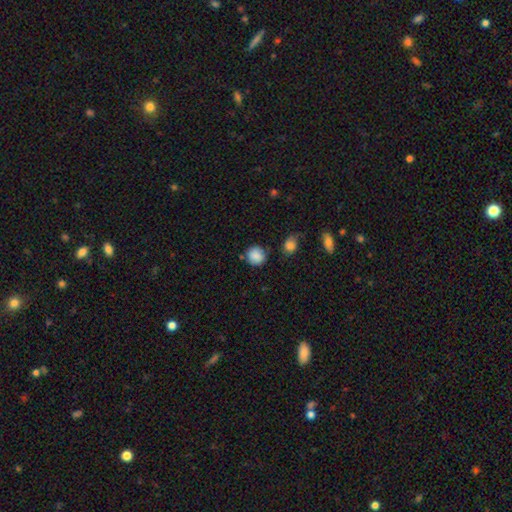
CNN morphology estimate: Smooth or featured? smooth (86%)
How rounded? round (89%)
Merging? none (77%)